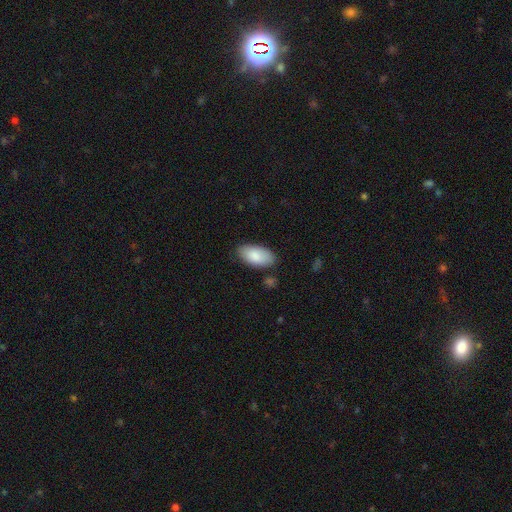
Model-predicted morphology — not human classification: Smooth or featured? Predicted: smooth (p=0.86). How rounded? Predicted: in between (p=0.95). Merging? Predicted: none (p=0.80).